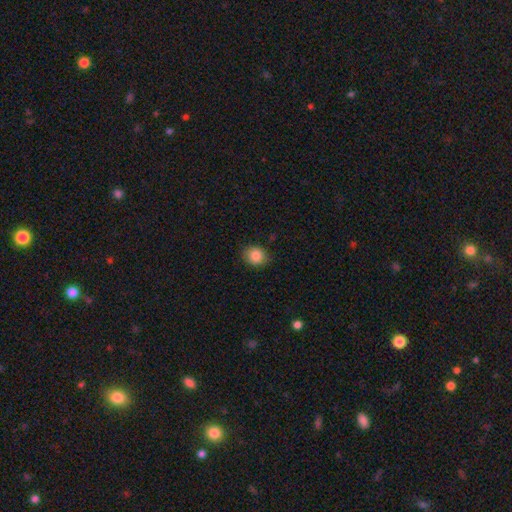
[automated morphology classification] smooth-or-featured: smooth: 86% | star or artifact: 9% | featured or disk: 5%
  how-rounded: round: 66% | in between: 33% | cigar-shaped: 1%
  merging: none: 83% | minor disturbance: 13% | major disturbance: 3% | merger: 1%